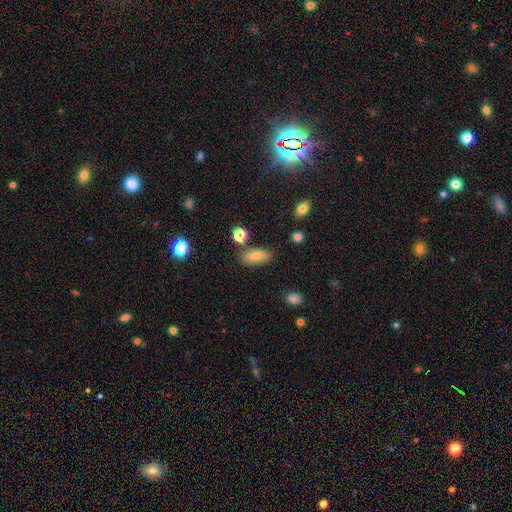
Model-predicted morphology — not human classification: A smooth galaxy with no disk features (79%) that is in between round and cigar-shaped (86%).

Vote fractions:
- Smooth or featured? smooth: 79% / featured or disk: 12% / star or artifact: 9%
- How rounded? in between: 86% / cigar-shaped: 9% / round: 5%
- Merging? none: 79% / minor disturbance: 13% / merger: 5% / major disturbance: 3%